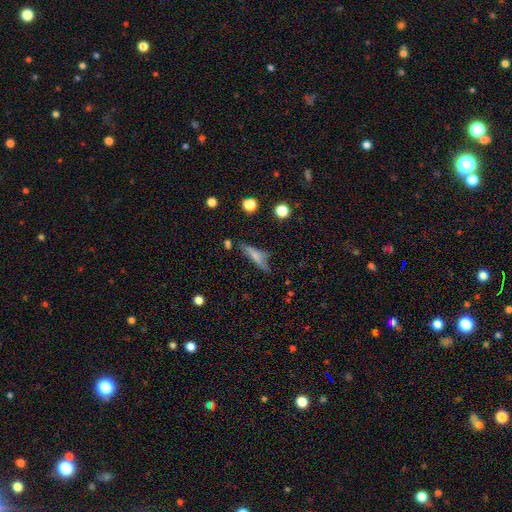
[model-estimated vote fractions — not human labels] Smooth or featured? smooth (62%)
How rounded? cigar-shaped (71%)
Merging? none (61%)